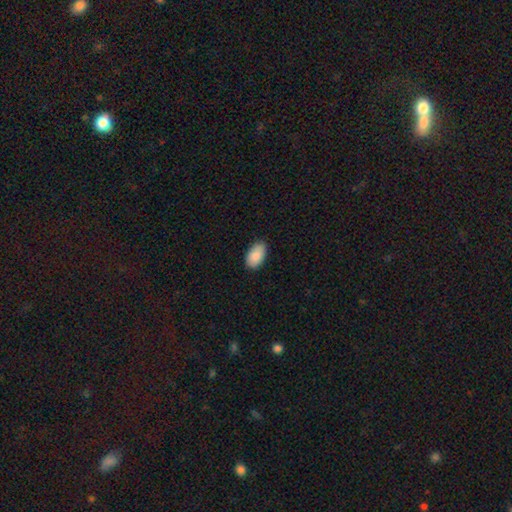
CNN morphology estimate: Smooth or featured?
  - smooth: 88% *
  - star or artifact: 6%
  - featured or disk: 6%
How rounded?
  - in between: 95% *
  - round: 4%
  - cigar-shaped: 2%
Merging?
  - none: 84% *
  - minor disturbance: 13%
  - major disturbance: 2%
  - merger: 1%